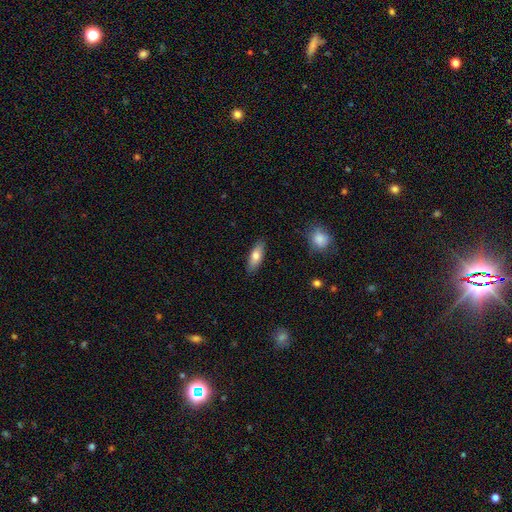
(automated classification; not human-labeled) A smooth galaxy with no disk features (74%) that is in between round and cigar-shaped (67%). Merging: none (87%).